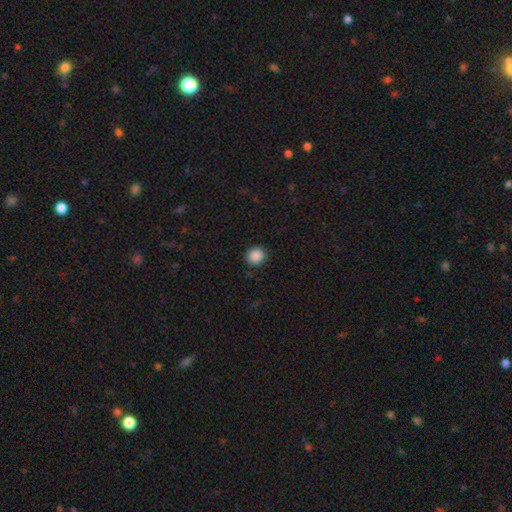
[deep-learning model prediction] This appears to be a smooth galaxy with no disk features (88%) that is round (89%). Merging: none (91%).